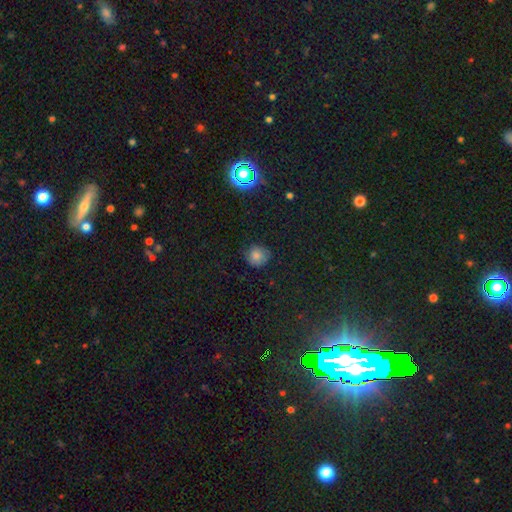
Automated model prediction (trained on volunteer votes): This appears to be a smooth galaxy with no disk features (78%) that is round (87%). Merging: none (76%).